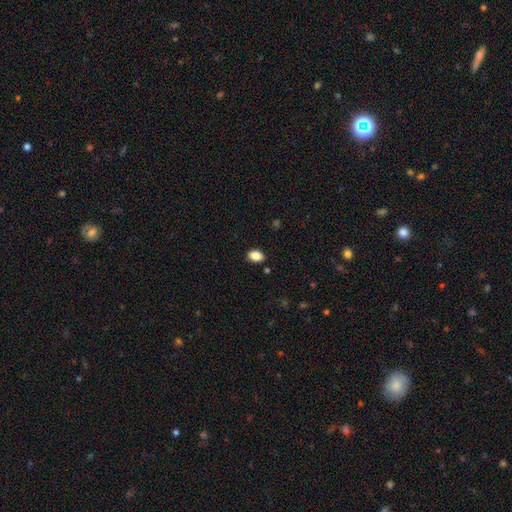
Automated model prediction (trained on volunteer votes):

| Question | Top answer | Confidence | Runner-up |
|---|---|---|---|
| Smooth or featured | smooth | 86% | star or artifact (9%) |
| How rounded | in between | 82% | round (17%) |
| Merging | none | 87% | minor disturbance (10%) |